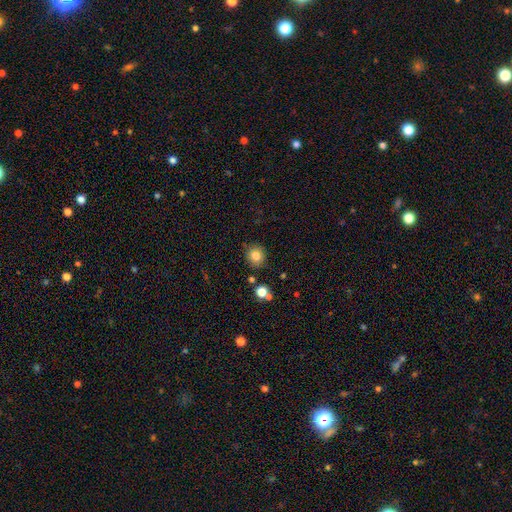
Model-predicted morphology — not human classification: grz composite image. It shows a smooth galaxy with no disk features (82%) that is round (85%). Merging: none (86%).